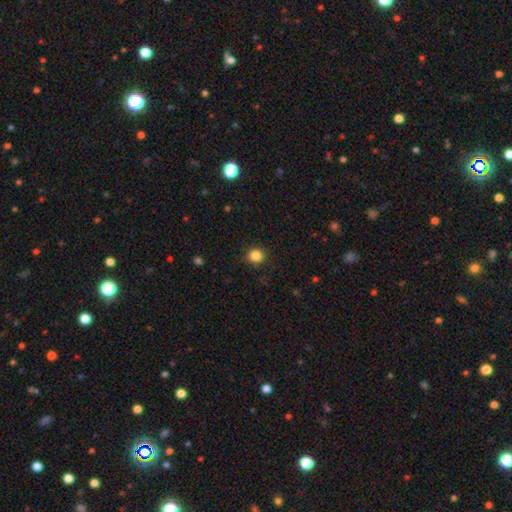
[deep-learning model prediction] Q: Smooth or featured?
A: smooth (85%); runner-up: star or artifact (11%)
Q: How rounded?
A: round (91%); runner-up: in between (8%)
Q: Merging?
A: none (90%); runner-up: minor disturbance (7%)